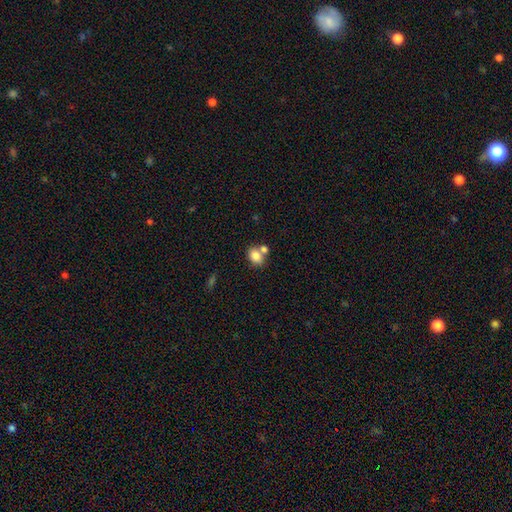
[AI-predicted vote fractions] This is clearly a smooth galaxy (83%). How rounded: likely in between (69%). Merging: possibly none (52%).